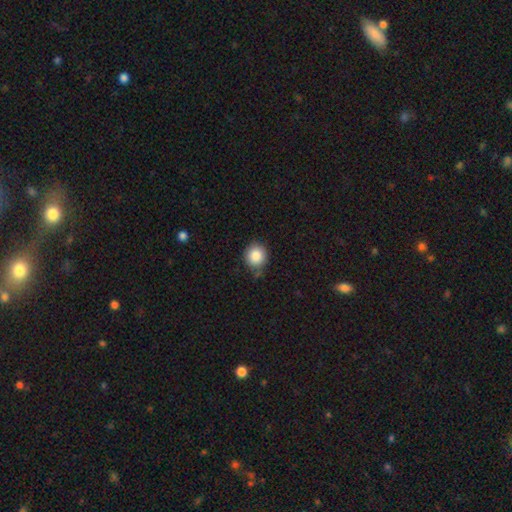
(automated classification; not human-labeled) This appears to be a smooth galaxy with no disk features (85%) that is round (87%). Merging: none (77%).